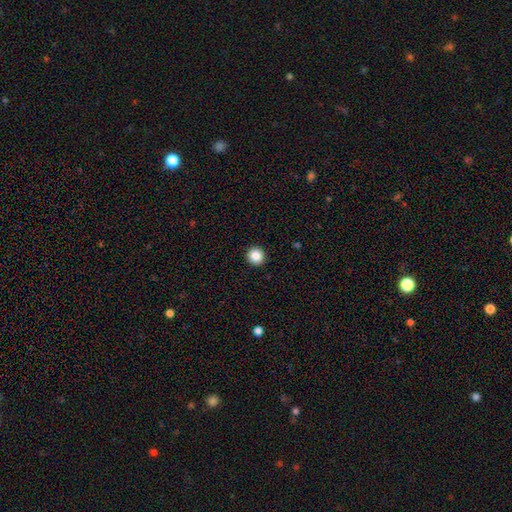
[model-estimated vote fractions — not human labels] This is clearly a smooth galaxy (86%). How rounded: clearly round (95%). Merging: clearly none (93%).